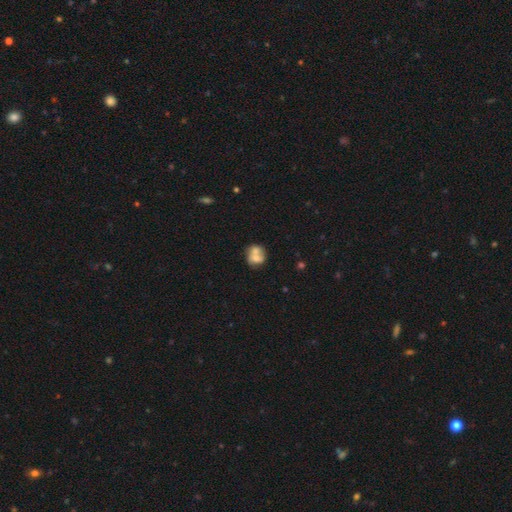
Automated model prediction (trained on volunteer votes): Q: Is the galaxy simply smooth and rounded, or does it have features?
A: smooth — 57%.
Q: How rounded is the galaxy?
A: round — 61%.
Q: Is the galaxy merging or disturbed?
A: merger — 58%.